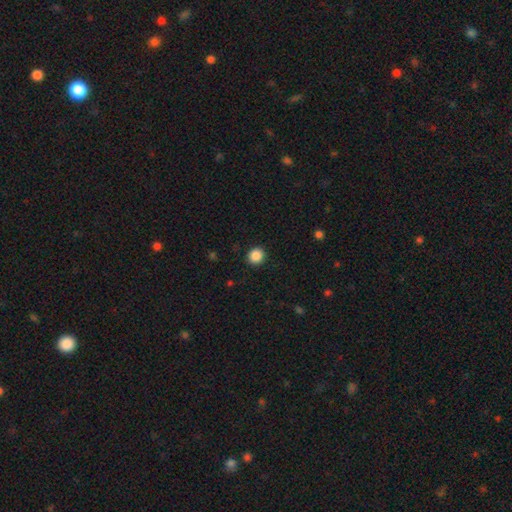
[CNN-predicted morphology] Q: Smooth or featured?
A: smooth (88%); runner-up: star or artifact (10%)
Q: How rounded?
A: round (90%); runner-up: in between (9%)
Q: Merging?
A: none (92%); runner-up: minor disturbance (5%)